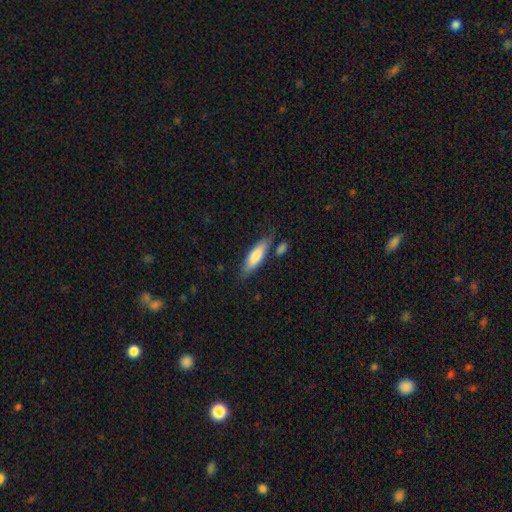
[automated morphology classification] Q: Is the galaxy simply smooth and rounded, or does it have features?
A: smooth — 75%.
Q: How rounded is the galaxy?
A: cigar-shaped — 58%.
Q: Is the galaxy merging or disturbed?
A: none — 72%.